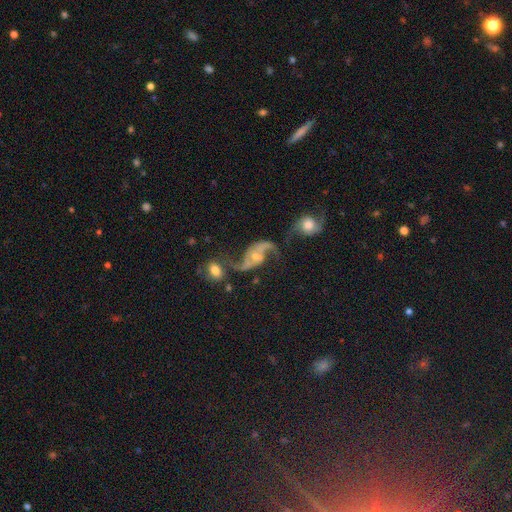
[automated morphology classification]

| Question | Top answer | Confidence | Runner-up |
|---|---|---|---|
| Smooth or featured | featured or disk | 87% | smooth (7%) |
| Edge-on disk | no | 97% | yes (3%) |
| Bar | no | 53% | weak (35%) |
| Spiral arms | yes | 96% | no (4%) |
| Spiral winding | loose | 79% | medium (17%) |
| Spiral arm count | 2 | 93% | 1 (2%) |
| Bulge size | small | 52% | moderate (38%) |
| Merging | none | 46% | merger (19%) |